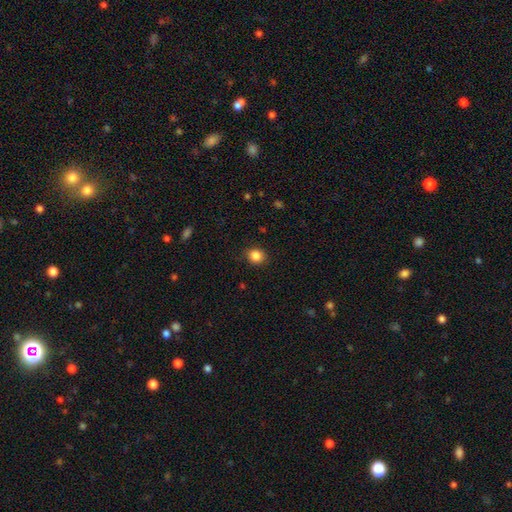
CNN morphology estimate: Smooth or featured?
  - smooth: 85% *
  - star or artifact: 10%
  - featured or disk: 4%
How rounded?
  - round: 75% *
  - in between: 24%
  - cigar-shaped: 1%
Merging?
  - none: 87% *
  - minor disturbance: 9%
  - major disturbance: 3%
  - merger: 1%